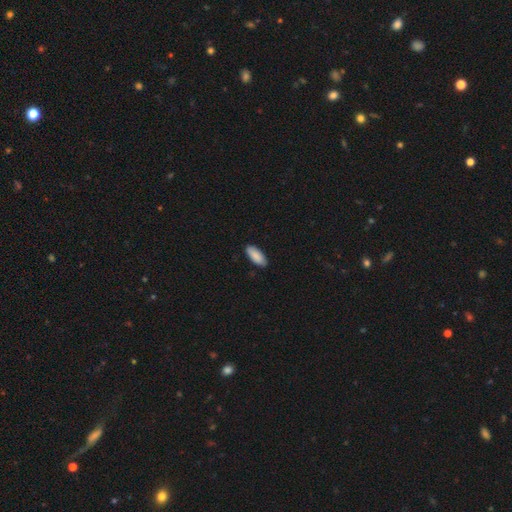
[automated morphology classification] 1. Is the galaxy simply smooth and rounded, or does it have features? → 90% smooth, 5% star or artifact, 5% featured or disk.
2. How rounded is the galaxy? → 85% in between, 14% cigar-shaped, 2% round.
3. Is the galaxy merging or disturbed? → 88% none, 10% minor disturbance, 2% major disturbance, 1% merger.